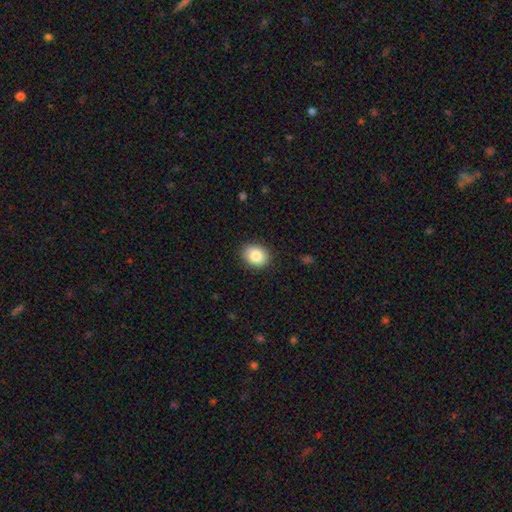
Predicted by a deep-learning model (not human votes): This is clearly a smooth galaxy (86%). How rounded: possibly in between (51%). Merging: clearly none (89%).